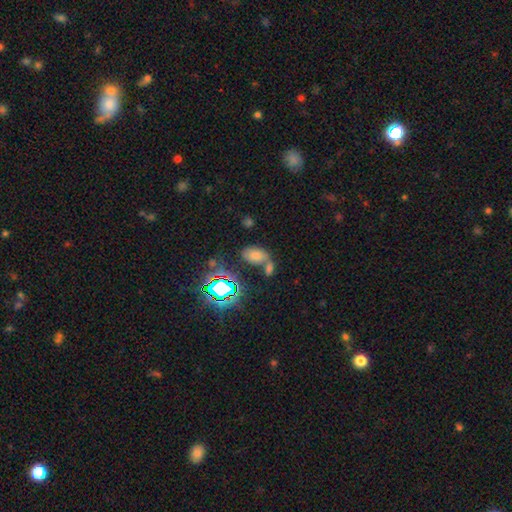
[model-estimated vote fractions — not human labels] smooth-or-featured: smooth: 62% | star or artifact: 25% | featured or disk: 13%
  how-rounded: in between: 90% | round: 8% | cigar-shaped: 2%
  merging: merger: 45% | none: 37% | minor disturbance: 12% | major disturbance: 7%